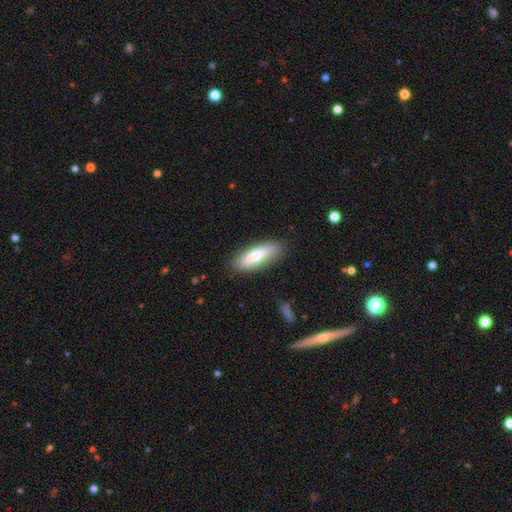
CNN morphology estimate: This appears to be a smooth galaxy with no disk features (68%) that is in between round and cigar-shaped (60%). Merging: none (84%).